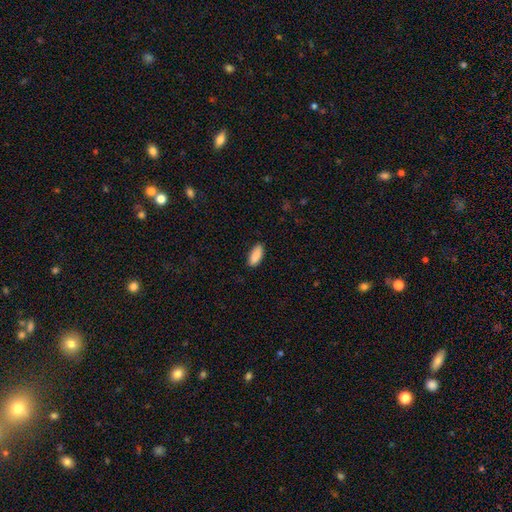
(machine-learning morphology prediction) Smooth or featured? Predicted: smooth (p=0.90). How rounded? Predicted: in between (p=0.84). Merging? Predicted: none (p=0.86).